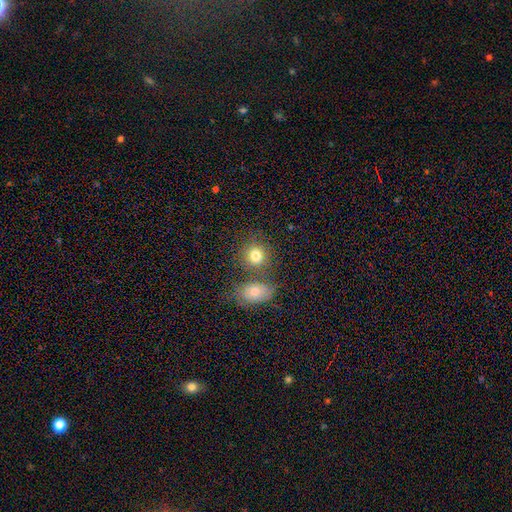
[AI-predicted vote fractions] smooth-or-featured: smooth: 79% | star or artifact: 11% | featured or disk: 10%
  how-rounded: round: 77% | in between: 22% | cigar-shaped: 1%
  merging: none: 62% | merger: 23% | minor disturbance: 10% | major disturbance: 4%